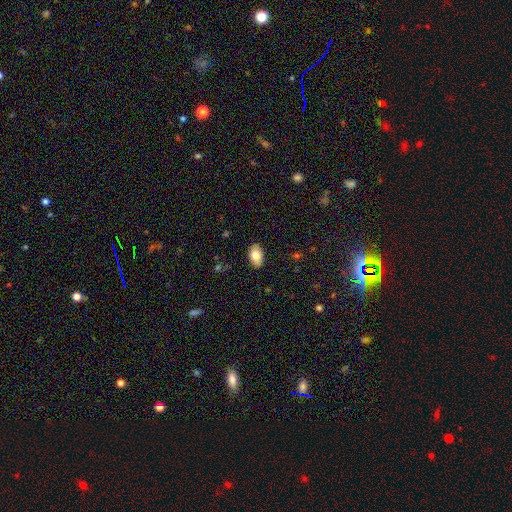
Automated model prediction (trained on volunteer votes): Morphology: type=smooth (81%); roundness=in between (91%); merging=none (87%).